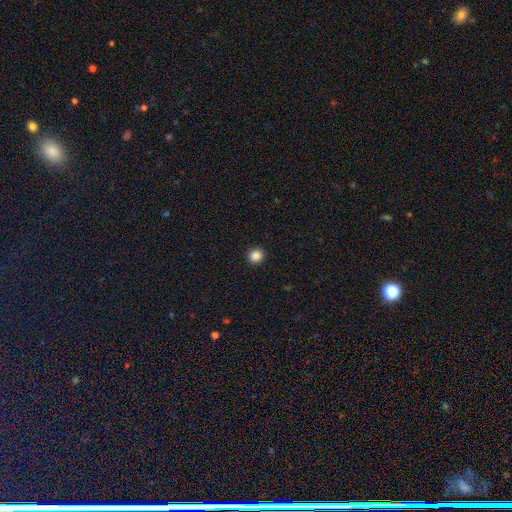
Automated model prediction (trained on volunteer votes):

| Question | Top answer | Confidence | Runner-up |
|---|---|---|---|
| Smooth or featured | smooth | 86% | star or artifact (11%) |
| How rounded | round | 92% | in between (7%) |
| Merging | none | 94% | minor disturbance (4%) |